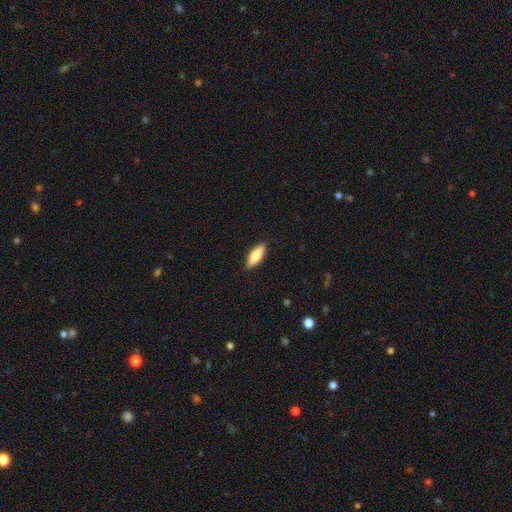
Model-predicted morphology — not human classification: Q: Smooth or featured?
A: smooth (80%); runner-up: featured or disk (14%)
Q: How rounded?
A: in between (63%); runner-up: cigar-shaped (35%)
Q: Merging?
A: none (89%); runner-up: minor disturbance (9%)